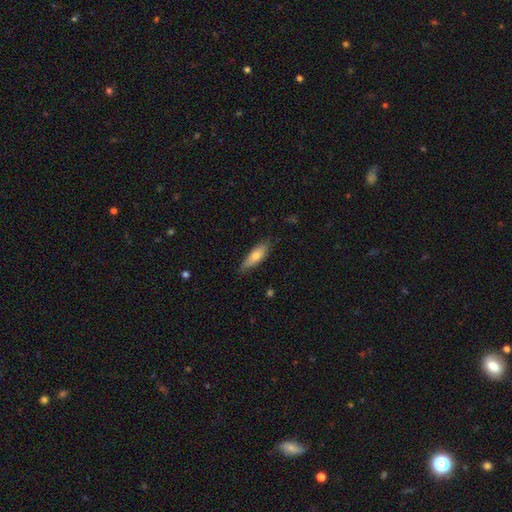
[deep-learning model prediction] Overall: smooth (72%). How rounded: in between (54%; cigar-shaped 44%). Merging: none (76%).